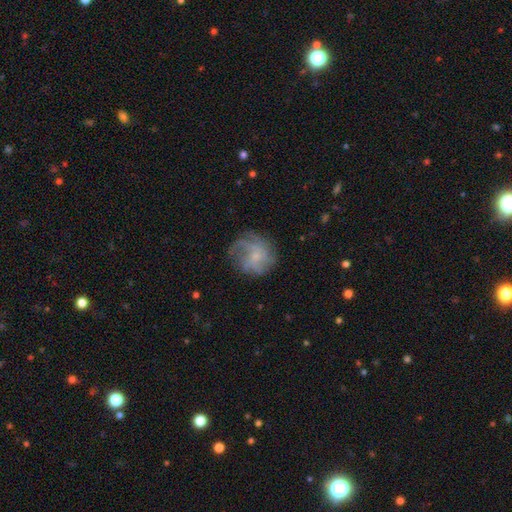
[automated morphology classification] Smooth or featured?
  - featured or disk: 57% *
  - smooth: 32%
  - star or artifact: 11%
Edge-on disk?
  - no: 98% *
  - yes: 2%
Bar?
  - no: 73% *
  - weak: 24%
  - strong: 3%
Spiral arms?
  - yes: 76% *
  - no: 24%
Bulge size?
  - small: 62% *
  - moderate: 19%
  - none: 16%
  - large: 2%
  - dominant: 1%
Merging?
  - none: 60% *
  - minor disturbance: 21%
  - major disturbance: 17%
  - merger: 2%